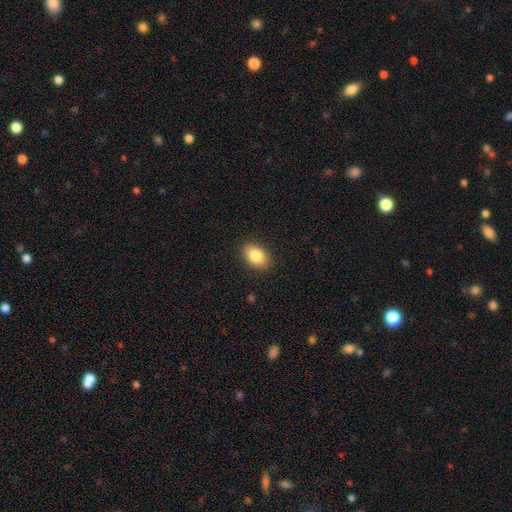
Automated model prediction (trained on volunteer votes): A smooth galaxy with no disk features (86%) that is in between round and cigar-shaped (84%).

Vote fractions:
- Smooth or featured? smooth: 86% / star or artifact: 8% / featured or disk: 7%
- How rounded? in between: 84% / round: 14% / cigar-shaped: 1%
- Merging? none: 88% / minor disturbance: 8% / major disturbance: 2% / merger: 1%